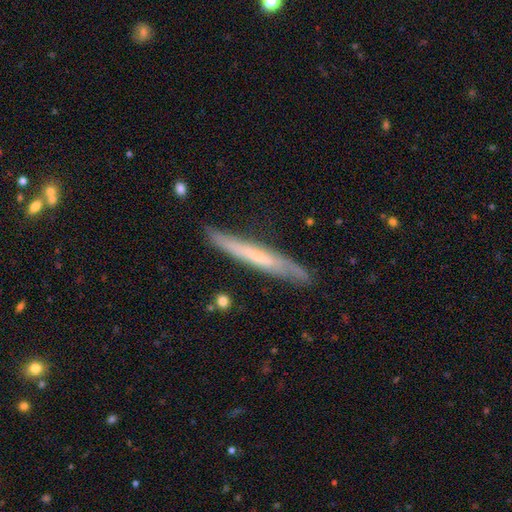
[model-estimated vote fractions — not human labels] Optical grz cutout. It shows a featured or disk galaxy (55%) viewed edge-on (83%). Merging: none (77%).